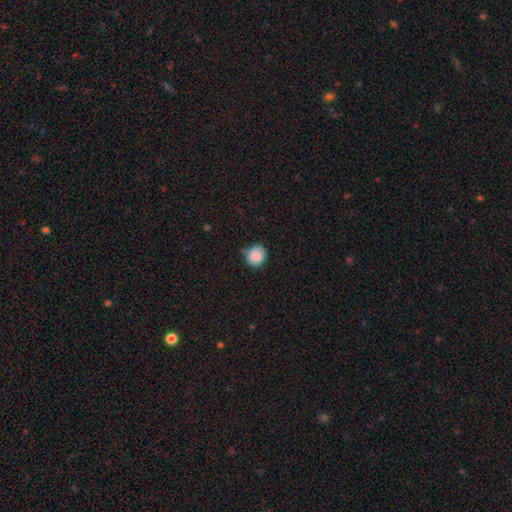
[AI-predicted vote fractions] Smooth or featured?
  - smooth: 87% *
  - star or artifact: 8%
  - featured or disk: 4%
How rounded?
  - round: 78% *
  - in between: 21%
  - cigar-shaped: 1%
Merging?
  - none: 74% *
  - minor disturbance: 18%
  - merger: 4%
  - major disturbance: 3%